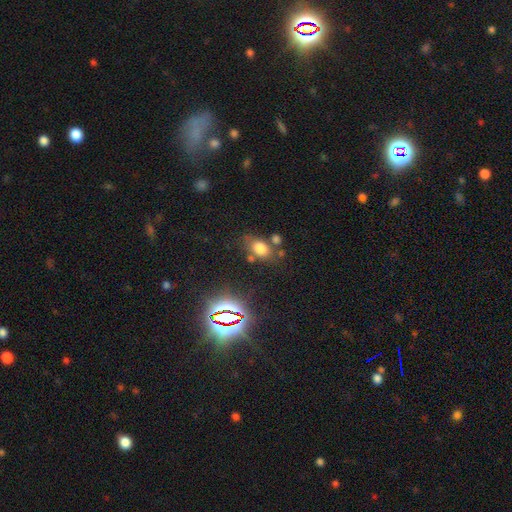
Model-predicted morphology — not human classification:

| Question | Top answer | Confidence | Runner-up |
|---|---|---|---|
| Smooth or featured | star or artifact | 45% | smooth (43%) |